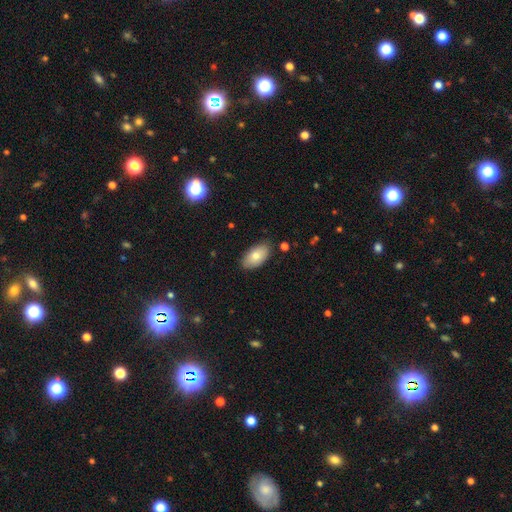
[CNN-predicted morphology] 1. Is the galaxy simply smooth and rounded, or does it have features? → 76% smooth, 17% featured or disk, 7% star or artifact.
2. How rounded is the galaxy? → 94% in between, 4% round, 2% cigar-shaped.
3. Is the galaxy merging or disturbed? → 83% none, 13% minor disturbance, 2% major disturbance, 2% merger.